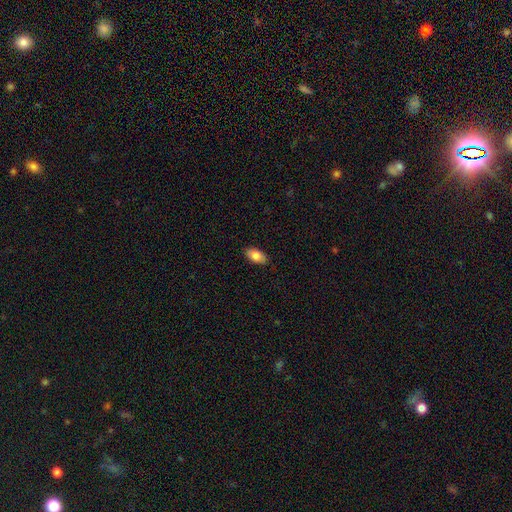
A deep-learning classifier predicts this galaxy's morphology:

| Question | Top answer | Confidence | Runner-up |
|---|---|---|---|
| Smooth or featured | smooth | 84% | featured or disk (10%) |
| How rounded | in between | 93% | cigar-shaped (4%) |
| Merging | none | 88% | minor disturbance (9%) |